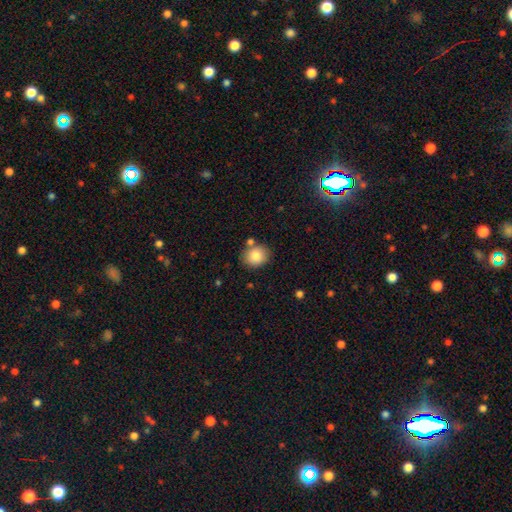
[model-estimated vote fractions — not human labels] Smooth or featured: smooth — 83% (star or artifact — 9%)
How rounded: round — 71% (in between — 28%)
Merging: none — 76% (minor disturbance — 11%)